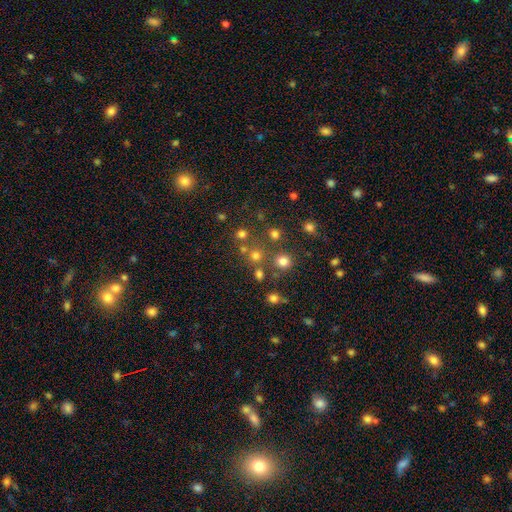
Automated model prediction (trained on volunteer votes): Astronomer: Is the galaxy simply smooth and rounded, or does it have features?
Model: smooth — 60%.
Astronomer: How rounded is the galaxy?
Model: round — 91%.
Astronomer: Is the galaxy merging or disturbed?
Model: none — 72%.